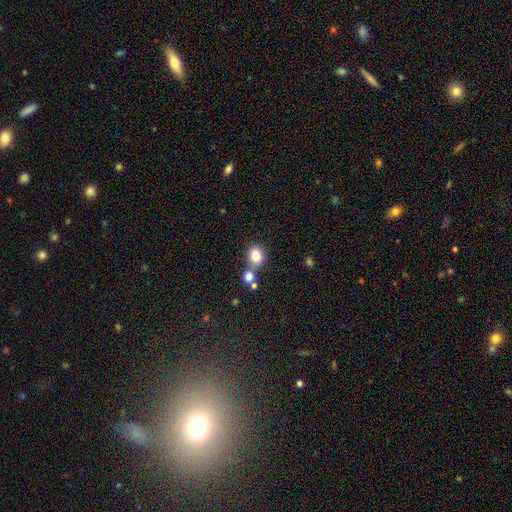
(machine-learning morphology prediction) A smooth galaxy with no disk features (82%) that is round (56%). Merging: none (56%).